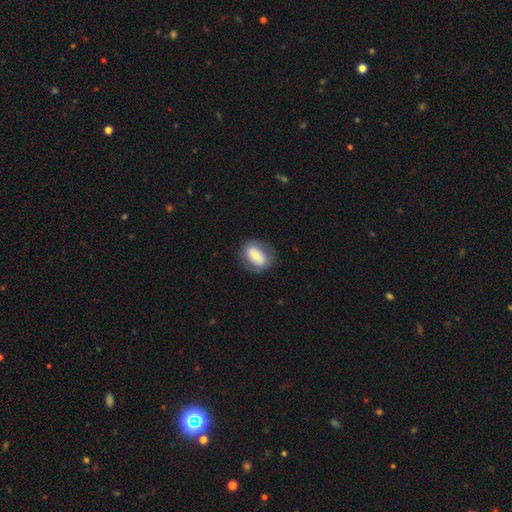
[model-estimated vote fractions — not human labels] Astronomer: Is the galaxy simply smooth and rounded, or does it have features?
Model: smooth — 56% (runner-up: featured or disk, 37%).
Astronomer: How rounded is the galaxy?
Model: in between — 79%.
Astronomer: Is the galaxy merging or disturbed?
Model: none — 74%.